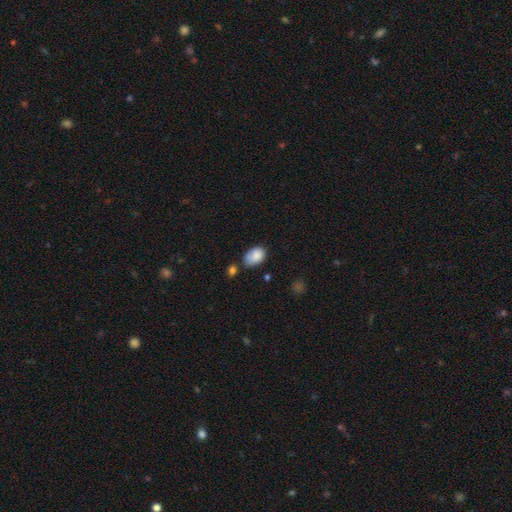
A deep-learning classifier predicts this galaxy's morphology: Q: Smooth or featured?
A: smooth (84%); runner-up: featured or disk (8%)
Q: How rounded?
A: in between (87%); runner-up: round (12%)
Q: Merging?
A: none (47%); runner-up: minor disturbance (33%)